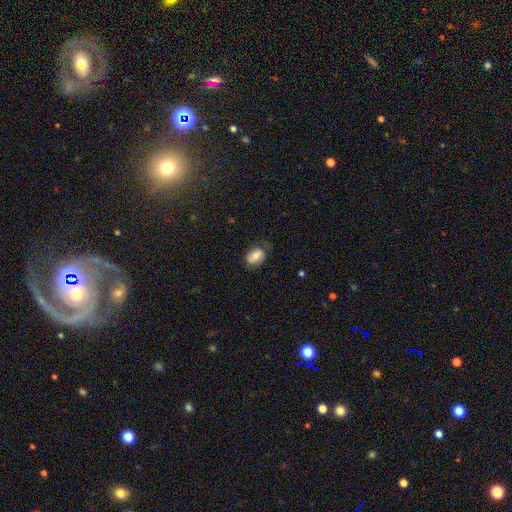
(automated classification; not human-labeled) Overall: smooth (66%). How rounded: in between (72%). Merging: none (60%; minor disturbance 27%).